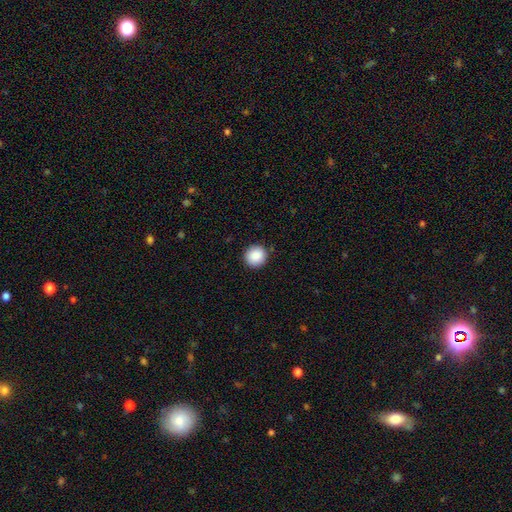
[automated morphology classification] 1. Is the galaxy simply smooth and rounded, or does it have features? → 89% smooth, 8% star or artifact, 3% featured or disk.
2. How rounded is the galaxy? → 93% round, 6% in between, 1% cigar-shaped.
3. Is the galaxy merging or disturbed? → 91% none, 7% minor disturbance, 2% major disturbance, 1% merger.